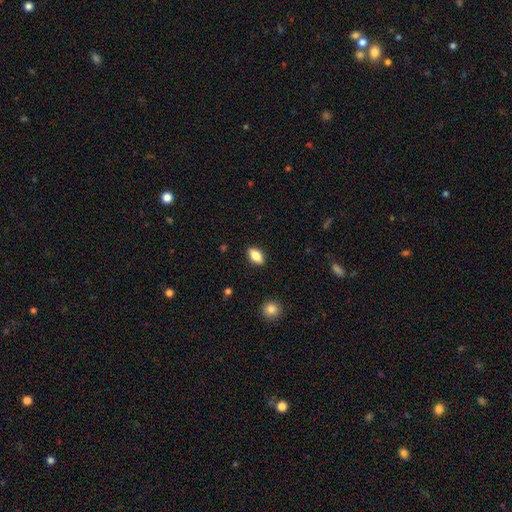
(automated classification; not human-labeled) A smooth galaxy with no disk features (81%) that is in between round and cigar-shaped (89%). Merging: none (88%).